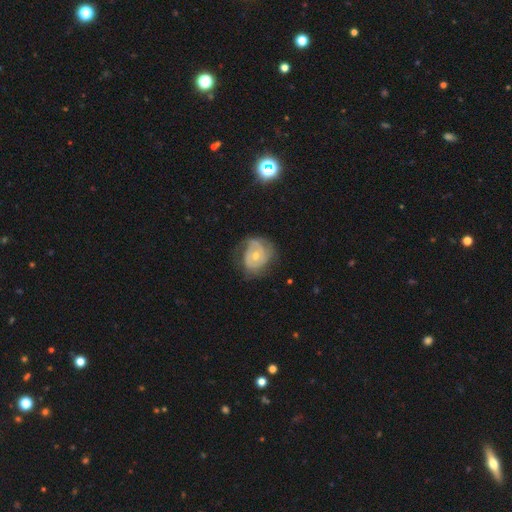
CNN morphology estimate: The model was most divided on "bulge size": moderate: 49%, small: 48%, large: 2%, none: 1%, dominant: 1%. Remaining: edge-on disk — no (97%); spiral arms — yes (80%); bar — no (74%); smooth or featured — featured or disk (72%); spiral winding — tight (58%); merging — none (54%); spiral arm count — 2 (40%).